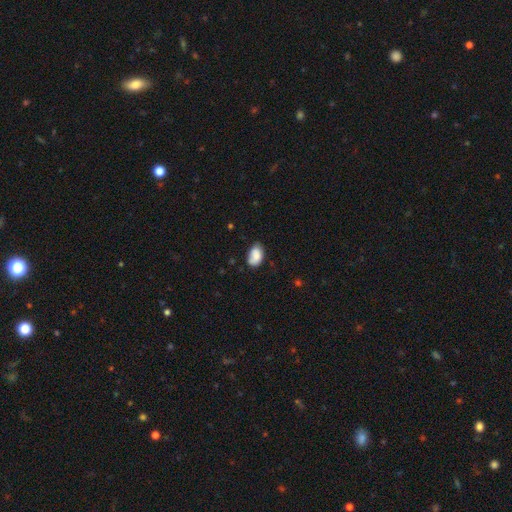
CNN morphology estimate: Smooth or featured: smooth — 82% (featured or disk — 11%)
How rounded: in between — 90% (round — 9%)
Merging: none — 60% (minor disturbance — 30%)